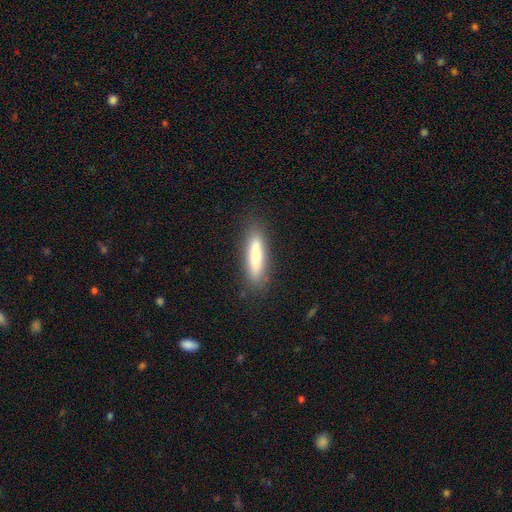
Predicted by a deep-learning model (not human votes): Smooth or featured?
  - smooth: 77% *
  - featured or disk: 16%
  - star or artifact: 7%
How rounded?
  - cigar-shaped: 78% *
  - in between: 21%
  - round: 1%
Merging?
  - none: 84% *
  - minor disturbance: 11%
  - major disturbance: 3%
  - merger: 2%